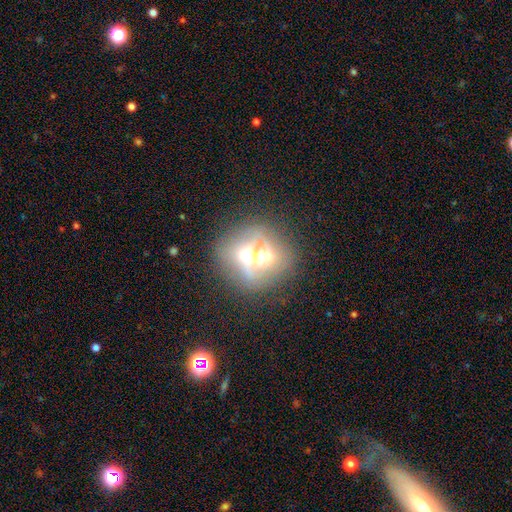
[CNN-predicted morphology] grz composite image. It shows a featured or disk galaxy (64%). Merging: none (63%).